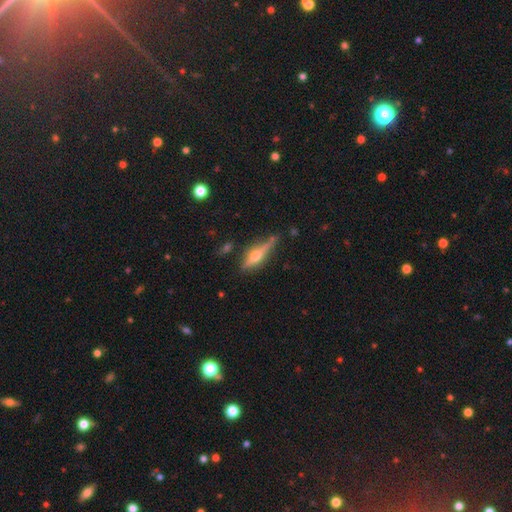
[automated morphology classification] smooth-or-featured: featured or disk: 64% | smooth: 28% | star or artifact: 8%
  disk-edge-on: yes: 95% | no: 5%
    edge-on-bulge: rounded: 91% | boxy: 5% | none: 4%
  merging: none: 74% | minor disturbance: 18% | major disturbance: 5% | merger: 4%